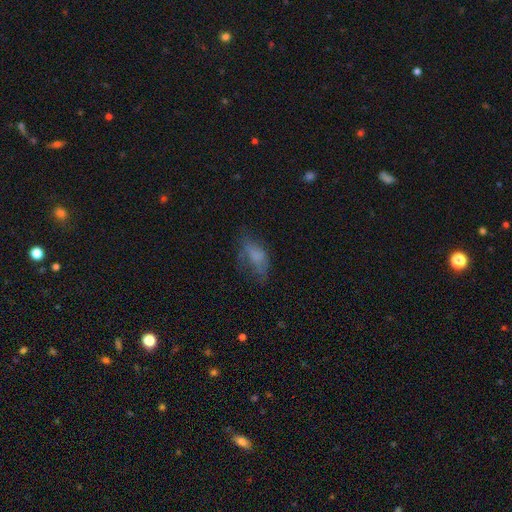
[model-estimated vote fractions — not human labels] This is likely a smooth galaxy (62%). How rounded: clearly in between (85%). Merging: marginally none (44%).